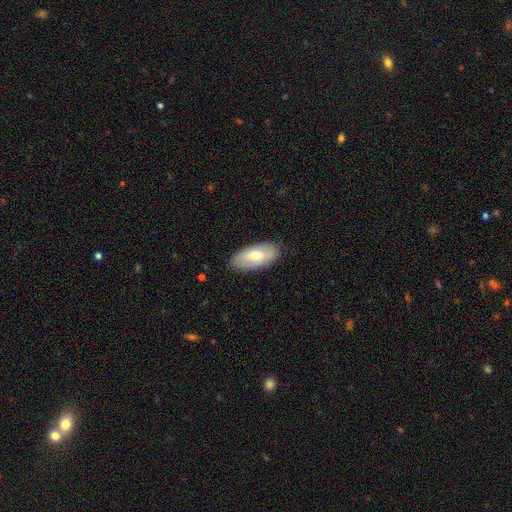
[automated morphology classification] Smooth or featured?
  - smooth: 64% *
  - featured or disk: 30%
  - star or artifact: 6%
How rounded?
  - in between: 92% *
  - cigar-shaped: 6%
  - round: 3%
Merging?
  - none: 85% *
  - minor disturbance: 11%
  - major disturbance: 2%
  - merger: 1%